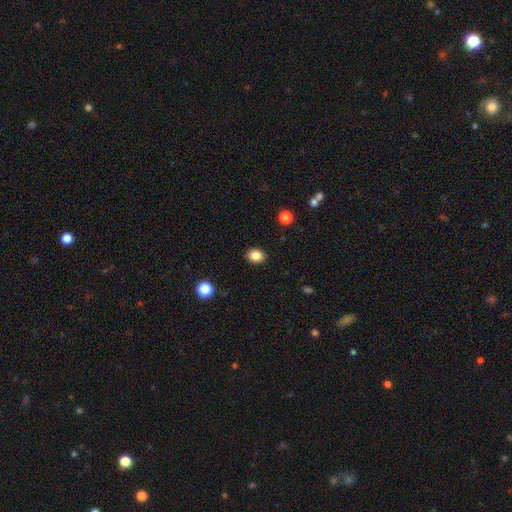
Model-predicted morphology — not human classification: Smooth or featured? smooth (85%)
How rounded? round (54%)
Merging? none (91%)